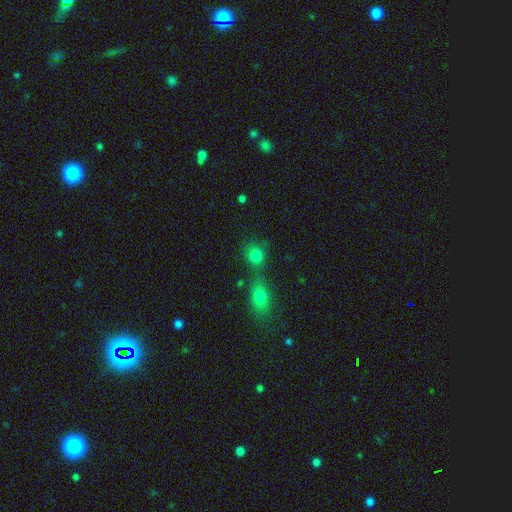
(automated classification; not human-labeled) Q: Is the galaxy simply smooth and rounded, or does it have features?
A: smooth — 81%.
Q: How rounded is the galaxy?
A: round — 77%.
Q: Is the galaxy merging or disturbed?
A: none — 58%.